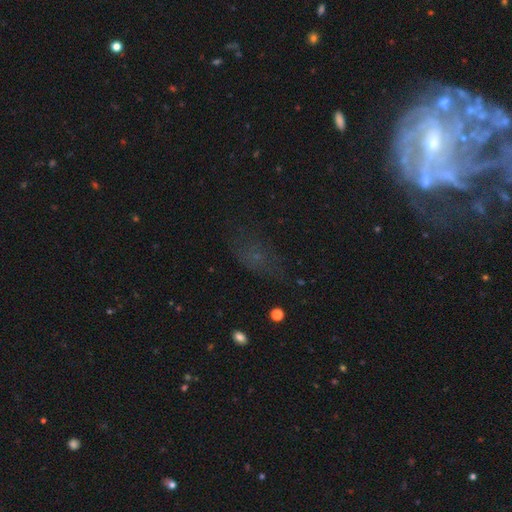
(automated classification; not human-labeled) Q: Smooth or featured?
A: smooth (41%); runner-up: star or artifact (39%)
Q: Merging?
A: none (58%); runner-up: minor disturbance (20%)